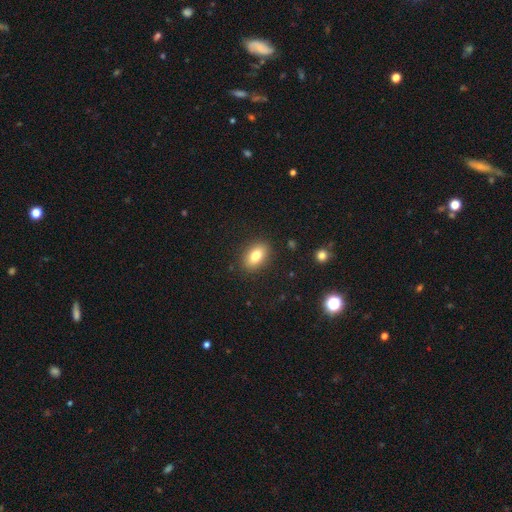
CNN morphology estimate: Overall: smooth (79%). How rounded: in between (86%). Merging: none (88%).